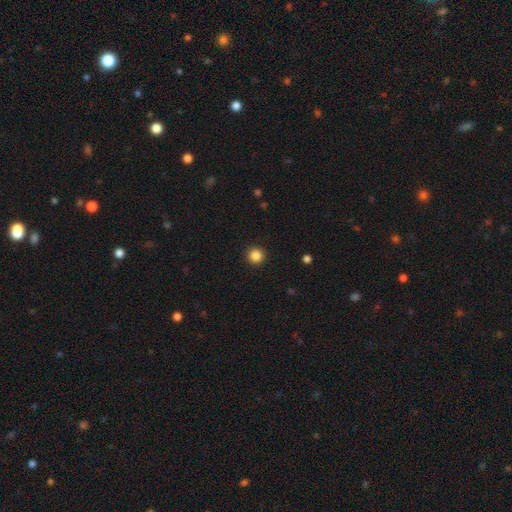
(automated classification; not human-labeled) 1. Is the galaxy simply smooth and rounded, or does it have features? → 86% smooth, 11% star or artifact, 4% featured or disk.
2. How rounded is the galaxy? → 95% round, 4% in between, 1% cigar-shaped.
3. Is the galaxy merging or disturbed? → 93% none, 4% minor disturbance, 2% major disturbance, 1% merger.